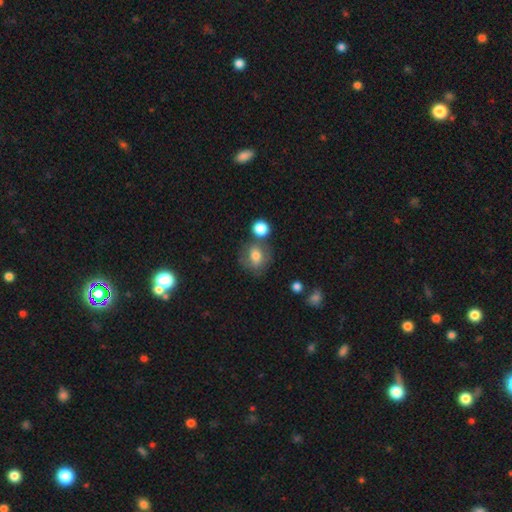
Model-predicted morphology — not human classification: smooth 70%, featured or disk 19%, star or artifact 10%. Down the decision tree: how rounded — round (59%); merging — none (56%).